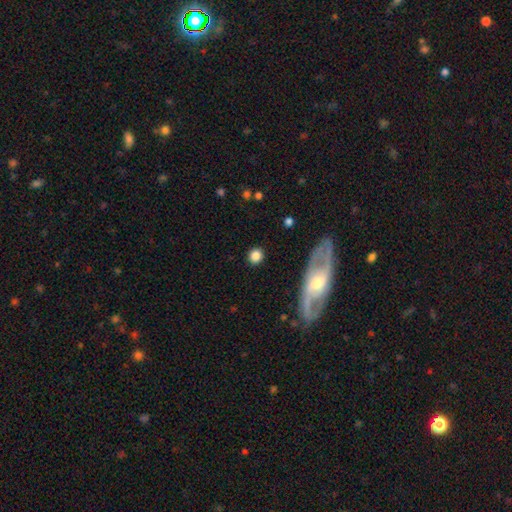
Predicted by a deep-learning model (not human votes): A smooth galaxy with no disk features (80%) that is round (84%). Merging: none (86%).